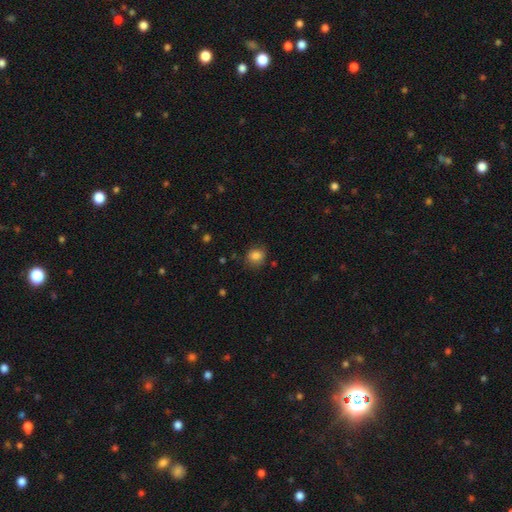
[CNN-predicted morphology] Smooth or featured? smooth (84%)
How rounded? round (68%)
Merging? none (77%)